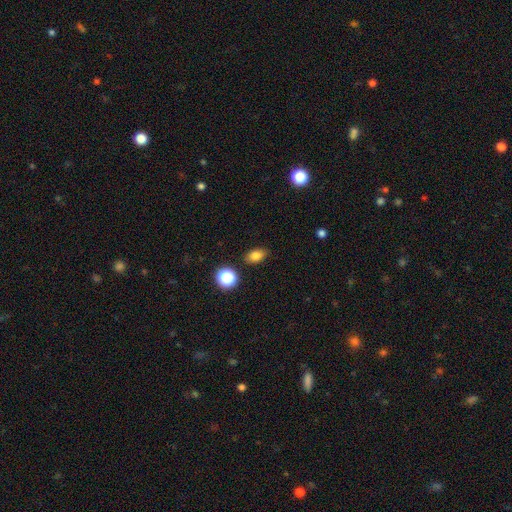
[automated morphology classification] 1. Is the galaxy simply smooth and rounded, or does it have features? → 81% smooth, 13% star or artifact, 6% featured or disk.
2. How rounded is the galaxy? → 79% in between, 19% round, 2% cigar-shaped.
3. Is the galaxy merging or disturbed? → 86% none, 10% minor disturbance, 2% major disturbance, 2% merger.